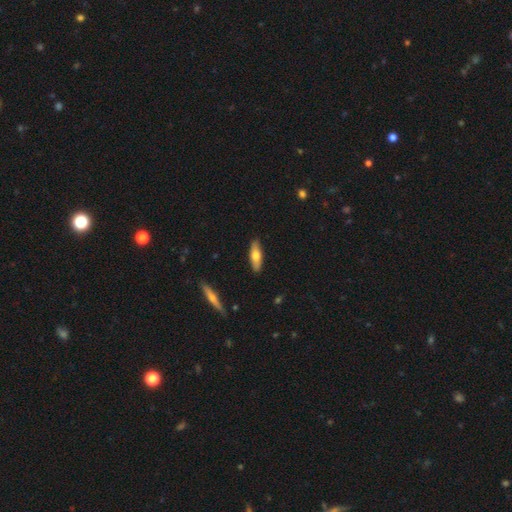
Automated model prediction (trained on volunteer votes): A smooth galaxy with no disk features (64%) that is in between round and cigar-shaped (49%, tied with cigar-shaped). Merging: none (88%).